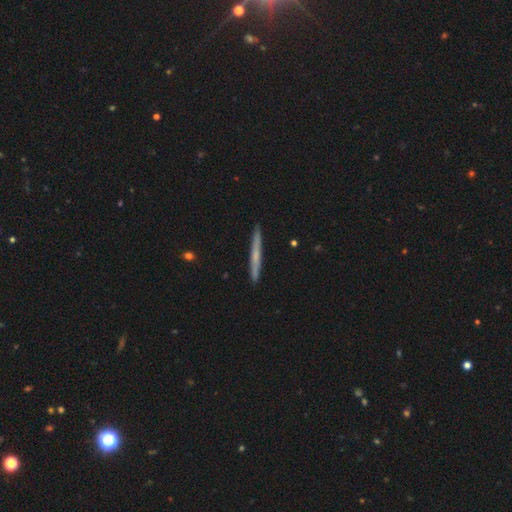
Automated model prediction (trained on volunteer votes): Smooth or featured?
  - smooth: 49% *
  - featured or disk: 45%
  - star or artifact: 6%
Merging?
  - none: 92% *
  - minor disturbance: 6%
  - major disturbance: 1%
  - merger: 1%